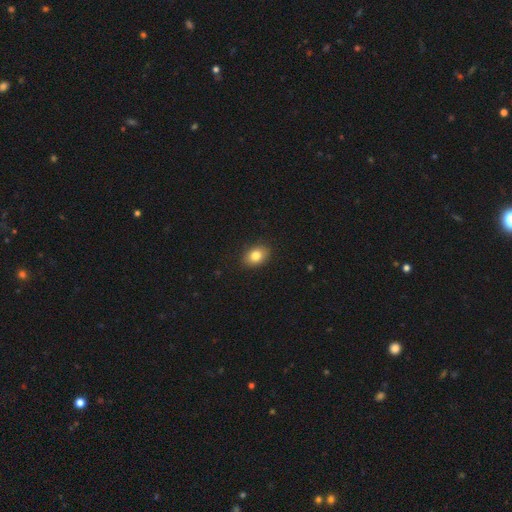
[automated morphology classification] Smooth or featured? Predicted: smooth (p=0.82). How rounded? Predicted: in between (p=0.75). Merging? Predicted: none (p=0.88).